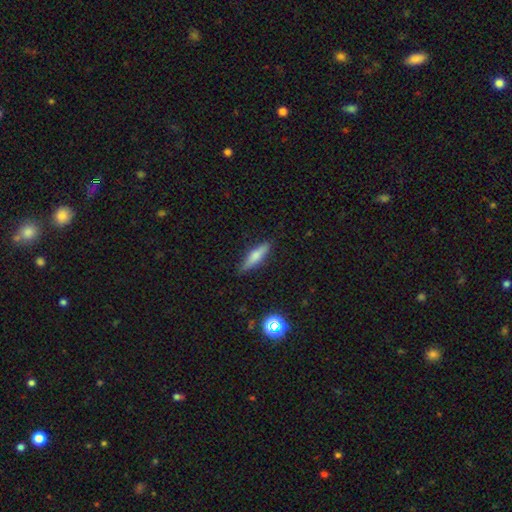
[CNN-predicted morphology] Overall: smooth (65%; featured or disk 27%). How rounded: cigar-shaped (73%). Merging: none (84%).